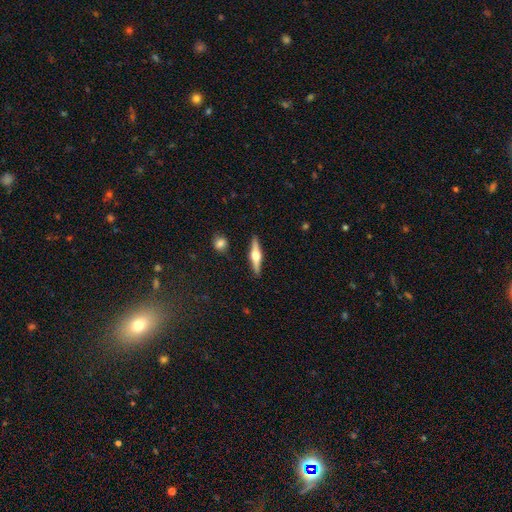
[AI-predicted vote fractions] Smooth or featured? Predicted: featured or disk (p=0.68). Edge-on disk? Predicted: yes (p=0.97). Edge-on bulge? Predicted: rounded (p=0.93). Merging? Predicted: none (p=0.89).